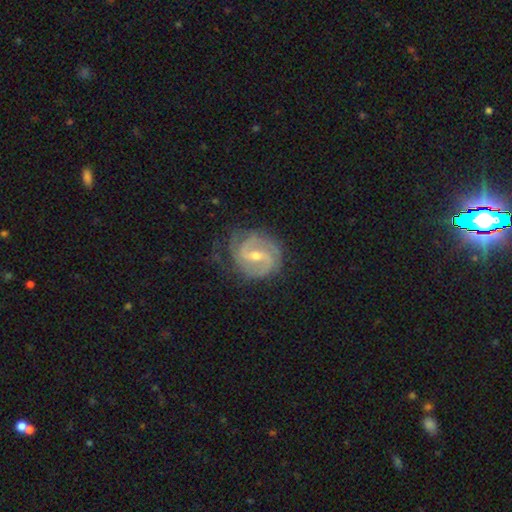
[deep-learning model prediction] Morphology: type=featured or disk (89%); edge-on=no (98%); bar=weak (50%); spiral arms=yes (97%); winding=tight (48%); arm count=2 (69%); bulge=moderate (53%); merging=none (72%).